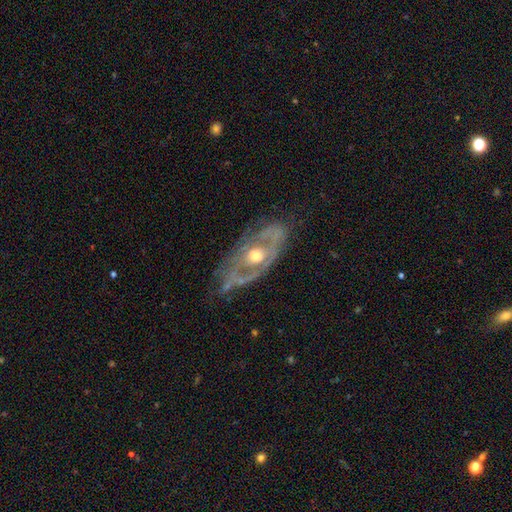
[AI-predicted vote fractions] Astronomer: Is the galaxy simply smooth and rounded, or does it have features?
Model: featured or disk — 81%.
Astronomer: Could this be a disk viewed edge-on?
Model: no — 90%.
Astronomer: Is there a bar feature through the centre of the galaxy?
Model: no — 77%.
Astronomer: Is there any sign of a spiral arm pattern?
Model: yes — 66%.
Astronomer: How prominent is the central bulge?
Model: moderate — 72%.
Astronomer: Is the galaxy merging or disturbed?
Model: none — 59%.